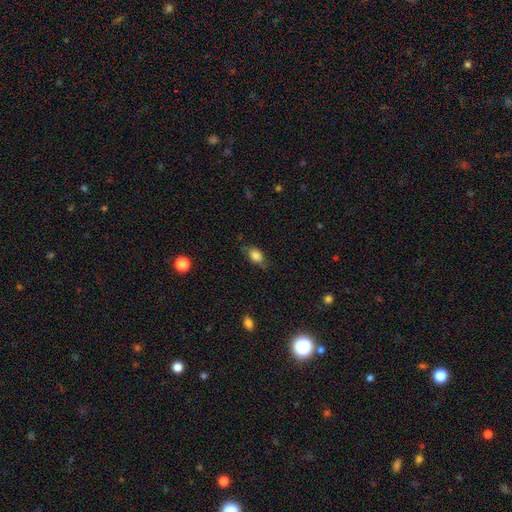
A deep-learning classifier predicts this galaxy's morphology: type=smooth (78%); roundness=in between (79%); merging=none (66%).